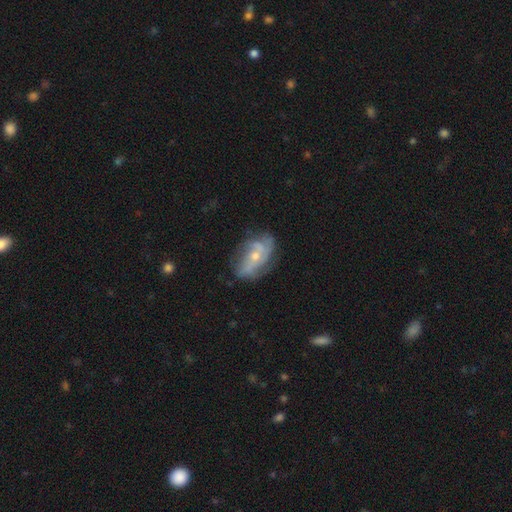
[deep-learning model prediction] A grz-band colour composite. It shows a featured or disk galaxy (75%) with no bar (68%), 2 (36%) medium (39%) spiral arms (85%) and a small central bulge (53%). Merging: none (61%).